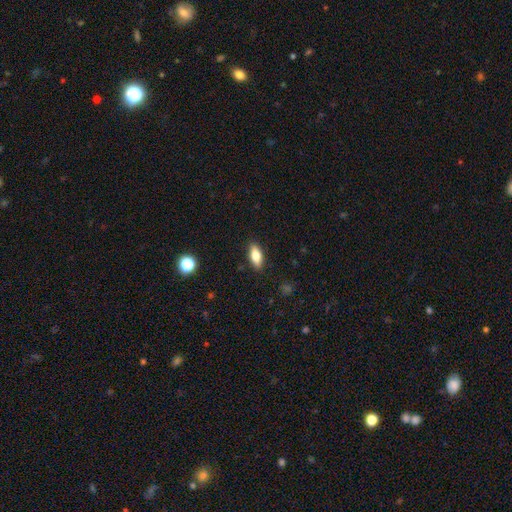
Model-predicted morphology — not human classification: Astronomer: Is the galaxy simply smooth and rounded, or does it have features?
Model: smooth — 75%.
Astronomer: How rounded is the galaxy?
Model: in between — 79%.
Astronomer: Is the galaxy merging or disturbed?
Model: none — 88%.